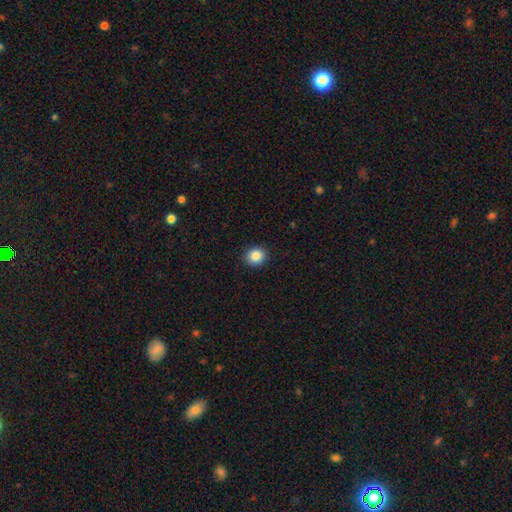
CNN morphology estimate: smooth_or_featured: smooth (p=0.87) [alt: star or artifact p=0.09]
how_rounded: round (p=0.76) [alt: in between p=0.23]
merging: none (p=0.91) [alt: minor disturbance p=0.07]